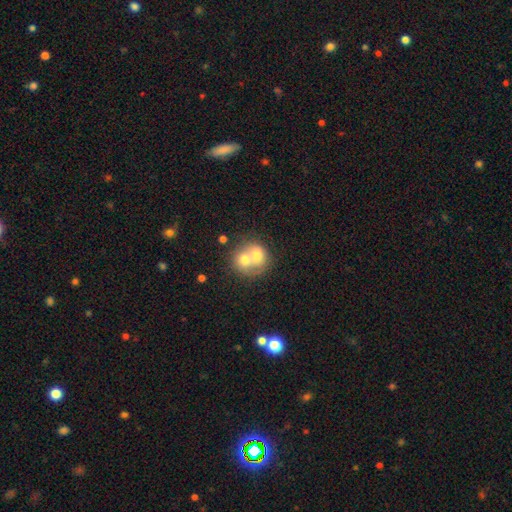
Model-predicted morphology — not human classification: A smooth galaxy with no disk features (63%) that is round (72%). Merging: merger (71%).